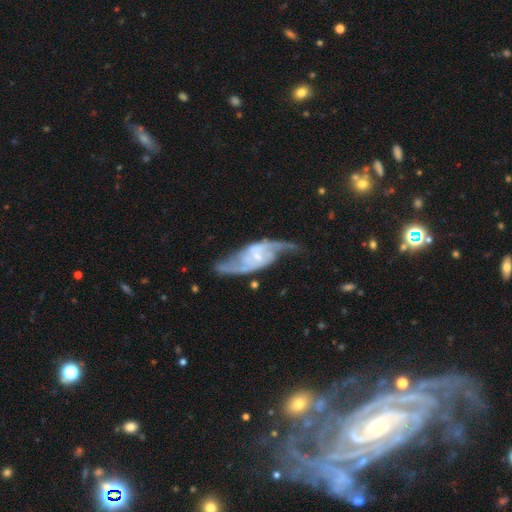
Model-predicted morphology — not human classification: type=featured or disk (88%); edge-on=no (94%); bar=weak (48%); spiral arms=yes (96%); winding=loose (52%); arm count=2 (91%); bulge=small (63%); merging=none (64%).